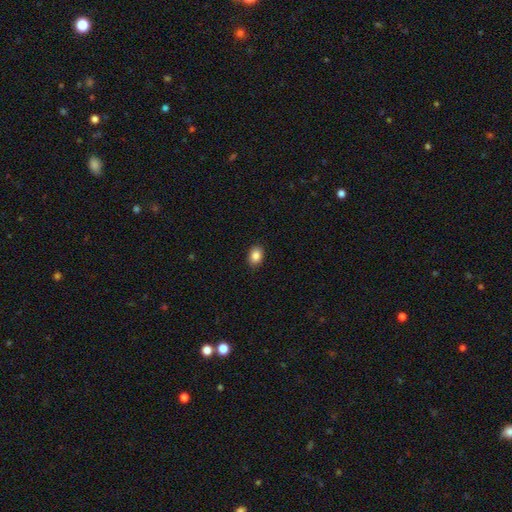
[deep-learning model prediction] The model was most divided on "how rounded": in between: 71%, round: 28%, cigar-shaped: 1%. More confident: merging — none (90%); smooth or featured — smooth (87%).